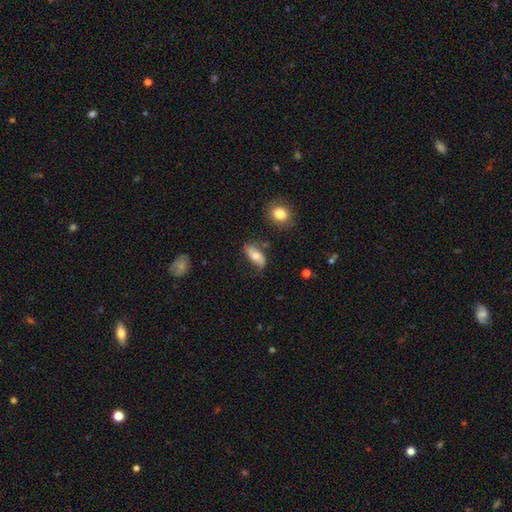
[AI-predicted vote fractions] A smooth galaxy with no disk features (54%) that is in between round and cigar-shaped (83%). Merging: none (60%).